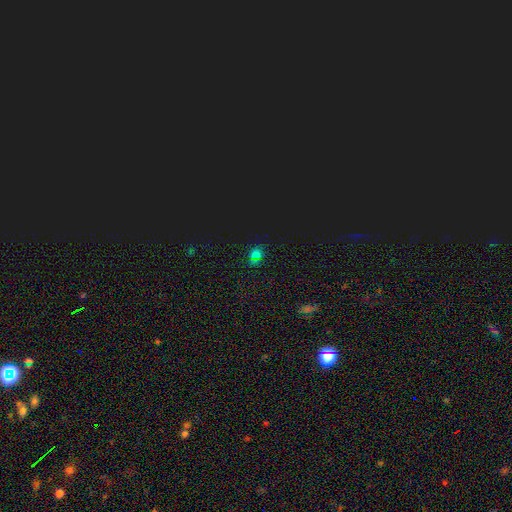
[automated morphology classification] smooth-or-featured: smooth: 49% | star or artifact: 44% | featured or disk: 7%
  merging: none: 75% | minor disturbance: 14% | merger: 6% | major disturbance: 5%